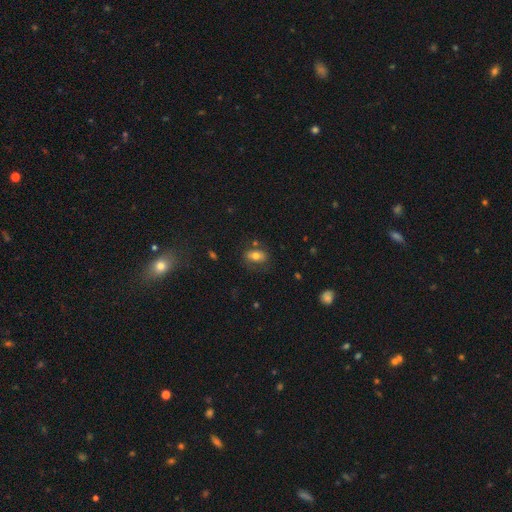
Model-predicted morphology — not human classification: Smooth or featured?
  - smooth: 70% *
  - featured or disk: 20%
  - star or artifact: 10%
How rounded?
  - in between: 85% *
  - round: 11%
  - cigar-shaped: 4%
Merging?
  - none: 70% *
  - minor disturbance: 18%
  - major disturbance: 7%
  - merger: 5%